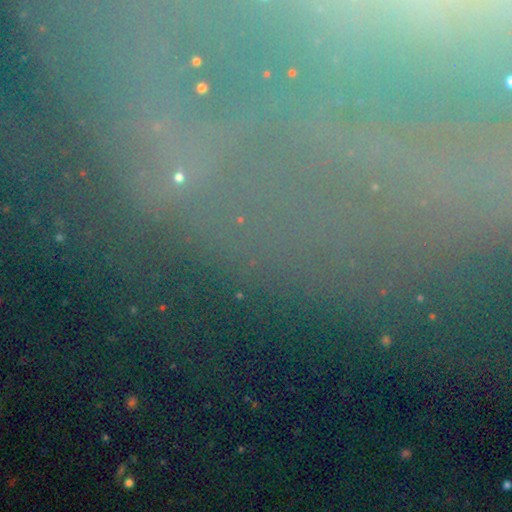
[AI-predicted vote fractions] The model was most divided on "smooth or featured": star or artifact: 69%, featured or disk: 18%, smooth: 13%.